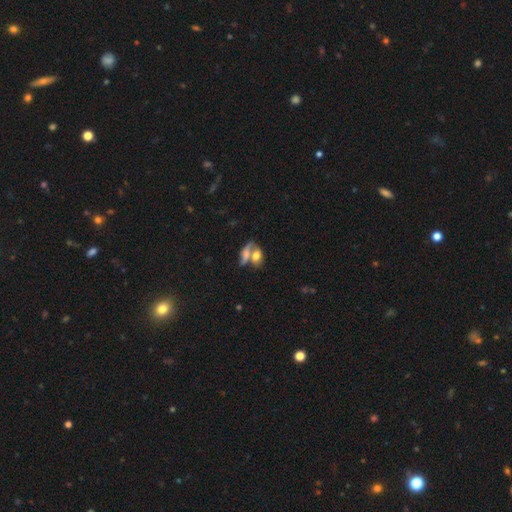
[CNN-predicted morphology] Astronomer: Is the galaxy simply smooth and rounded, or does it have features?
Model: smooth — 64%.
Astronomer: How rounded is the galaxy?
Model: in between — 81%.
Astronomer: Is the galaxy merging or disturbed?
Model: merger — 63%.